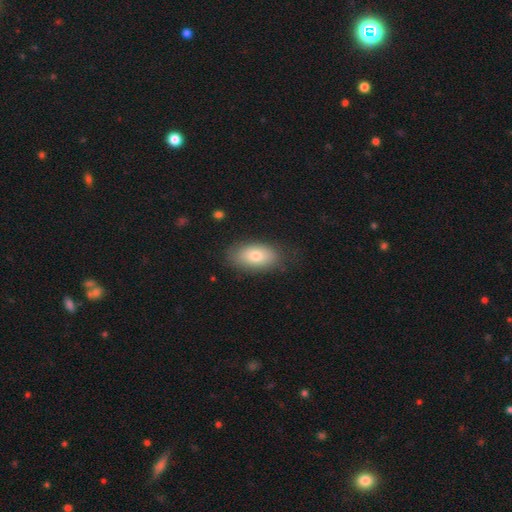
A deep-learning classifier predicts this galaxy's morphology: A smooth galaxy with no disk features (76%) that is in between round and cigar-shaped (91%). Merging: none (79%).